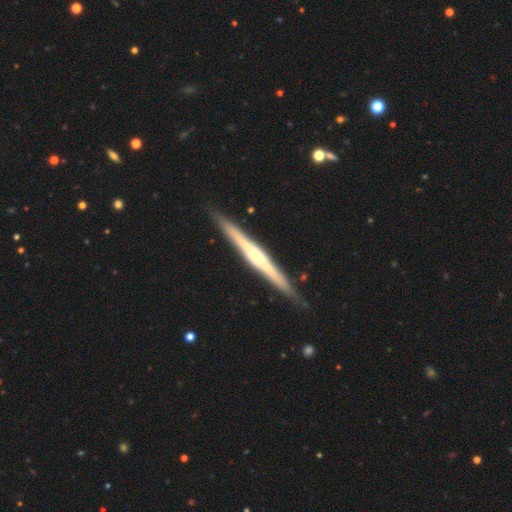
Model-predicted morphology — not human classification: A featured or disk galaxy (81%) viewed edge-on (98%) with a rounded central bulge (71%). Merging: none (90%).